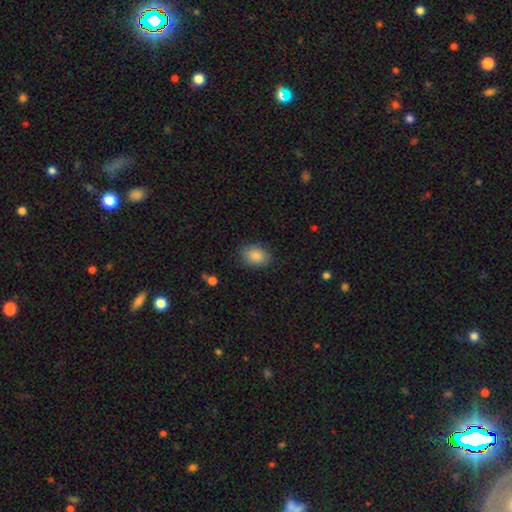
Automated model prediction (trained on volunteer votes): Smooth or featured?
  - smooth: 87% *
  - star or artifact: 7%
  - featured or disk: 5%
How rounded?
  - in between: 71% *
  - round: 27%
  - cigar-shaped: 1%
Merging?
  - none: 84% *
  - minor disturbance: 12%
  - major disturbance: 3%
  - merger: 1%